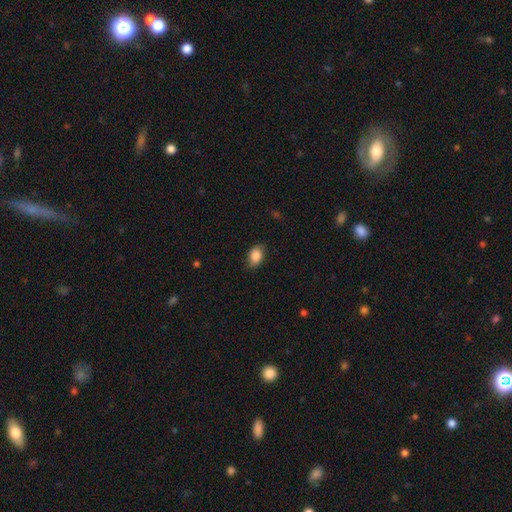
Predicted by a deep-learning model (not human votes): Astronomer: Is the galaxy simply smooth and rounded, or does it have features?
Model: smooth — 85%.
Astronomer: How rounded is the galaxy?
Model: in between — 86%.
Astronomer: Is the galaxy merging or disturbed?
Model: none — 78%.